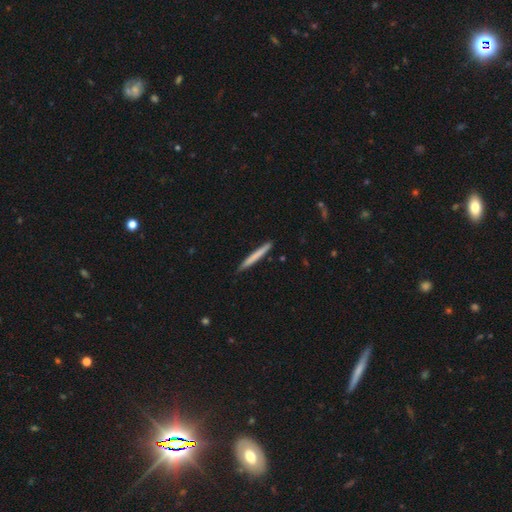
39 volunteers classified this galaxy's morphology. smooth_or_featured: smooth (p=0.72) [alt: featured or disk p=0.23]
how_rounded: cigar-shaped (p=1.00)
merging: none (p=0.95) [alt: minor disturbance p=0.03]